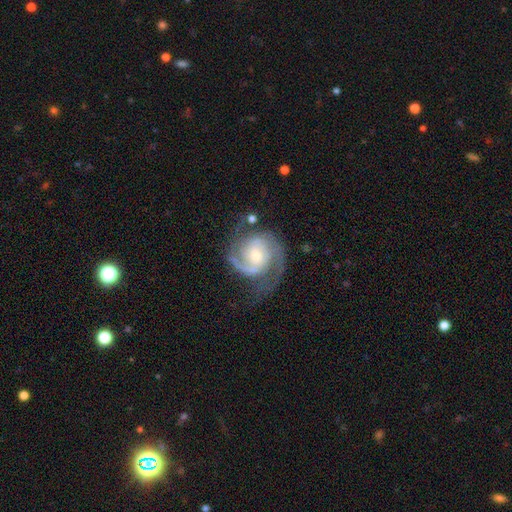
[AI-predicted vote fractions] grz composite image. It shows a featured or disk galaxy (90%) with no bar (52%), 2 (82%) medium (50%) spiral arms (98%) and a moderate central bulge (46%). Merging: none (67%).